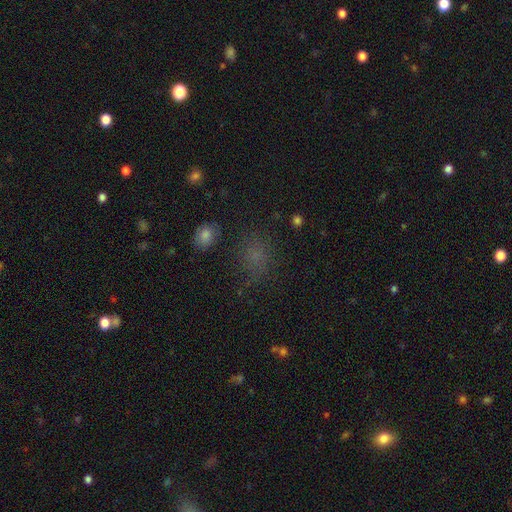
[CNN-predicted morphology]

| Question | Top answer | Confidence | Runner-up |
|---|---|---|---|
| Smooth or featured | smooth | 63% | star or artifact (27%) |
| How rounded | round | 53% | in between (45%) |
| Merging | none | 65% | minor disturbance (19%) |